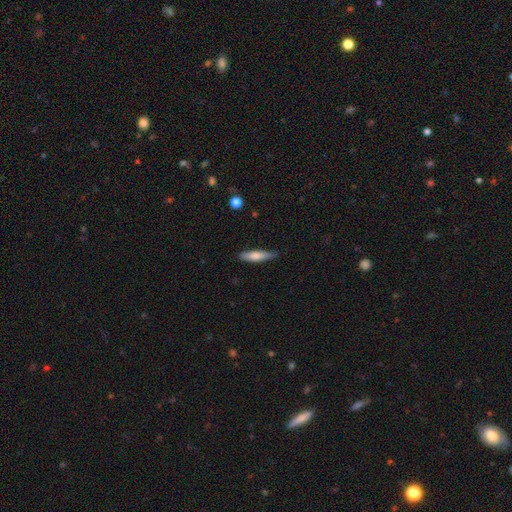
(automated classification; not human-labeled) Smooth or featured? smooth (69%)
How rounded? cigar-shaped (80%)
Merging? none (77%)